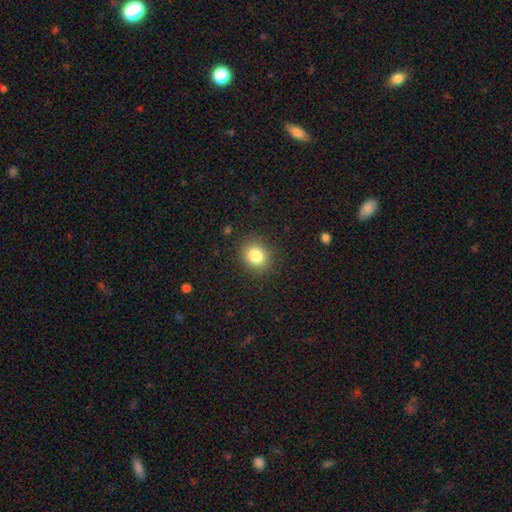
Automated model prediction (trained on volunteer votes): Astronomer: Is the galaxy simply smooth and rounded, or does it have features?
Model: smooth — 83%.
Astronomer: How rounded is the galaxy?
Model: round — 73%.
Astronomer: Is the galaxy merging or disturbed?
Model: none — 88%.